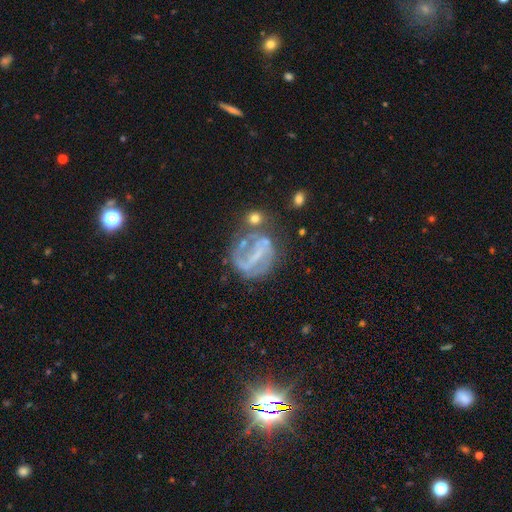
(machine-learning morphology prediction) smooth_or_featured: featured or disk (p=0.72) [alt: smooth p=0.17]
disk_edge_on: no (p=0.96) [alt: yes p=0.04]
bar: strong (p=0.50) [alt: weak p=0.32]
has_spiral_arms: yes (p=0.62) [alt: no p=0.38]
bulge_size: none (p=0.54) [alt: small p=0.32]
merging: none (p=0.45) [alt: major disturbance p=0.24]